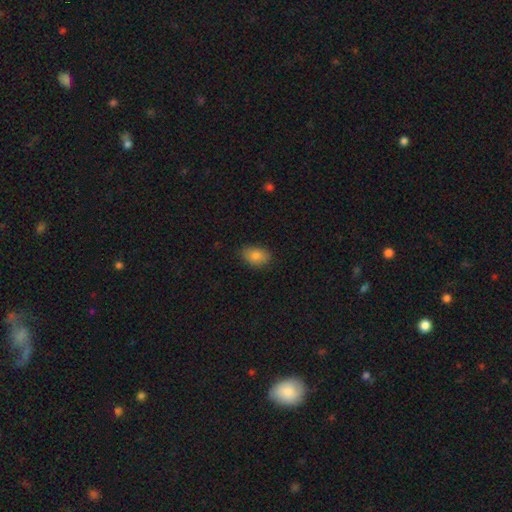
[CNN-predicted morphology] Smooth or featured? Predicted: smooth (p=0.84). How rounded? Predicted: in between (p=0.82). Merging? Predicted: none (p=0.84).